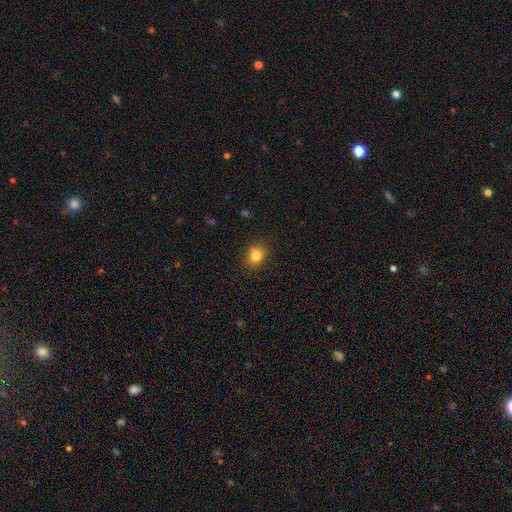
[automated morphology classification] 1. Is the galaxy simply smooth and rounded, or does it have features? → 82% smooth, 11% star or artifact, 7% featured or disk.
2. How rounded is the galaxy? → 57% round, 42% in between, 1% cigar-shaped.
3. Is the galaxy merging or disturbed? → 81% none, 13% minor disturbance, 3% major disturbance, 3% merger.